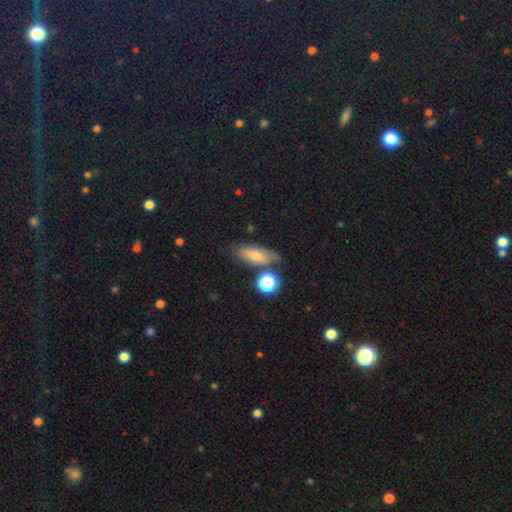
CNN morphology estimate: Smooth or featured? smooth (63%)
How rounded? in between (64%)
Merging? none (69%)